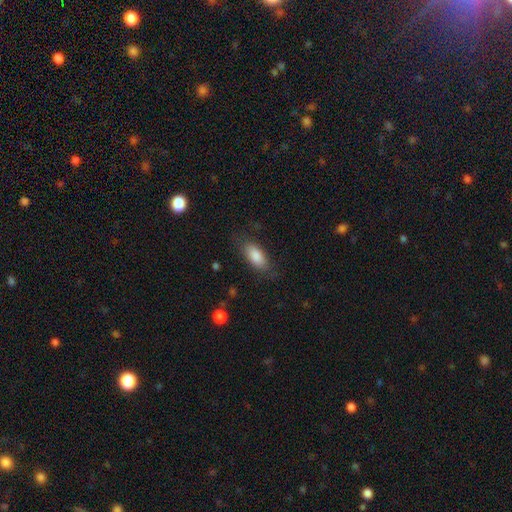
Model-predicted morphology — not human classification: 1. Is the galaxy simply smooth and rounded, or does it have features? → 84% smooth, 10% featured or disk, 6% star or artifact.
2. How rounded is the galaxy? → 86% in between, 12% cigar-shaped, 2% round.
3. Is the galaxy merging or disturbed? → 77% none, 16% minor disturbance, 6% major disturbance, 1% merger.